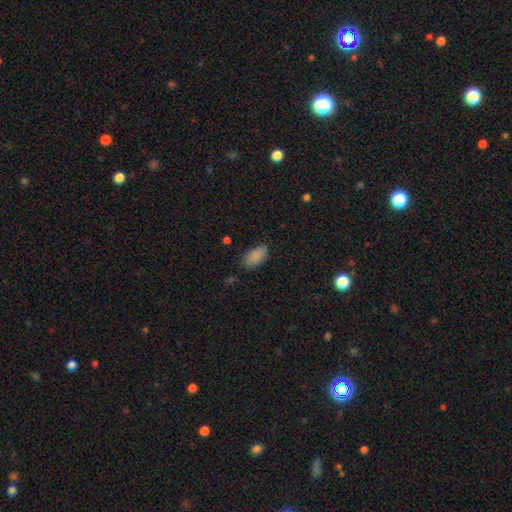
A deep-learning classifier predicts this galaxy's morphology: Smooth or featured: smooth — 87% (star or artifact — 8%)
How rounded: in between — 93% (round — 4%)
Merging: none — 78% (minor disturbance — 17%)